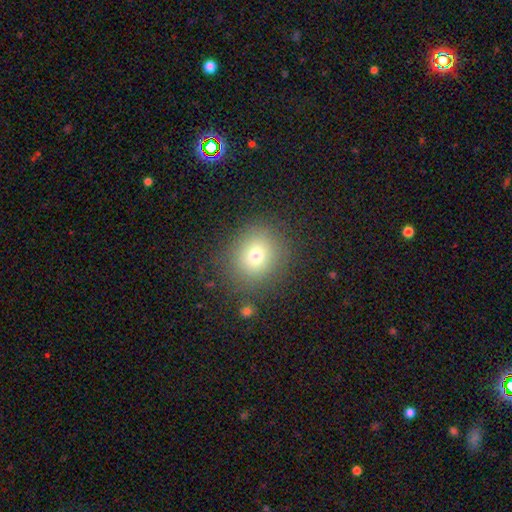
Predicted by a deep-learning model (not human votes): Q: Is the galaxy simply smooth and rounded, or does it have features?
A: smooth — 74%.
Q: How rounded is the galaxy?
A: round — 83%.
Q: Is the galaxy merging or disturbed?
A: none — 85%.